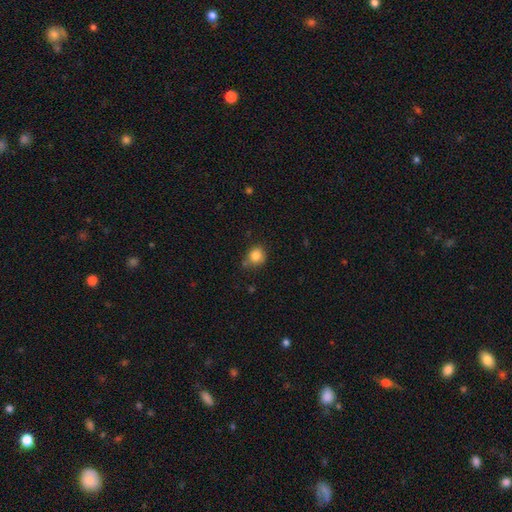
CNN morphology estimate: smooth_or_featured: smooth (p=0.83) [alt: star or artifact p=0.11]
how_rounded: round (p=0.80) [alt: in between p=0.19]
merging: none (p=0.67) [alt: minor disturbance p=0.21]